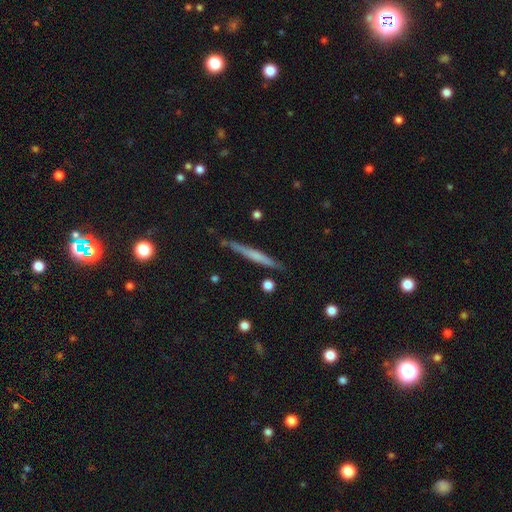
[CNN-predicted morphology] Smooth or featured? Predicted: featured or disk (p=0.50). Merging? Predicted: none (p=0.87).